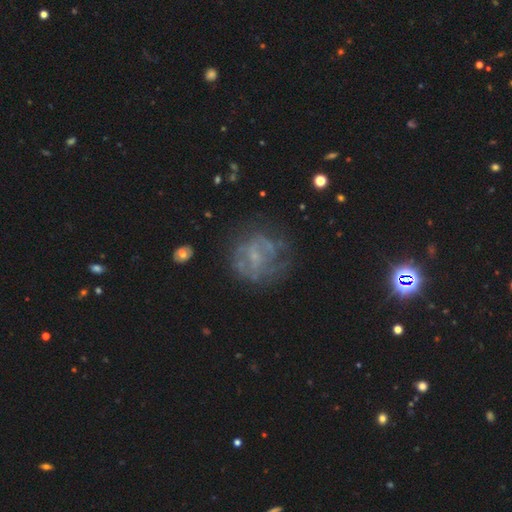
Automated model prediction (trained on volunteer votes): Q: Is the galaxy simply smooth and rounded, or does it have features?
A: featured or disk — 58%.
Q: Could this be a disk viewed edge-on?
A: no — 97%.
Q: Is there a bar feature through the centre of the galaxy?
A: no — 66%.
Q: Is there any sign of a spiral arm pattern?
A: no — 58%.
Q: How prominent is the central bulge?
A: small — 53%.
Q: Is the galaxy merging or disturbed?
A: none — 62%.